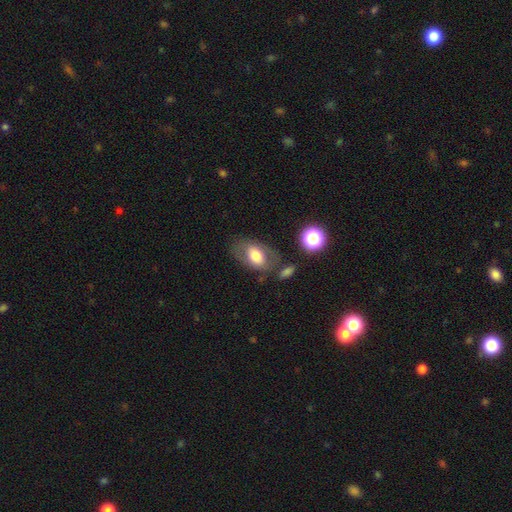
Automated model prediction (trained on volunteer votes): This appears to be a smooth galaxy with no disk features (68%) that is in between round and cigar-shaped (87%). Merging: none (65%).